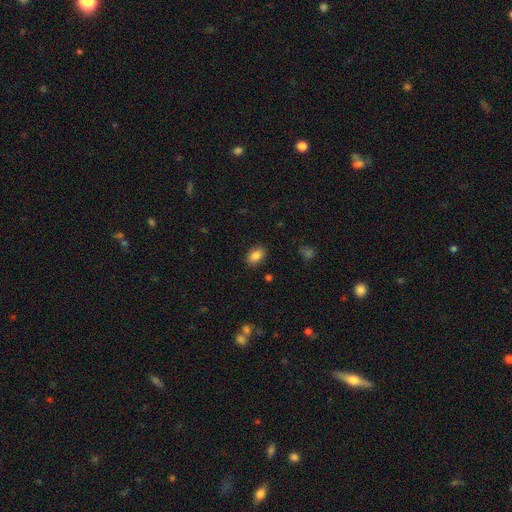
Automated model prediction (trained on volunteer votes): This is clearly a smooth galaxy (86%). How rounded: clearly in between (85%). Merging: clearly none (87%).